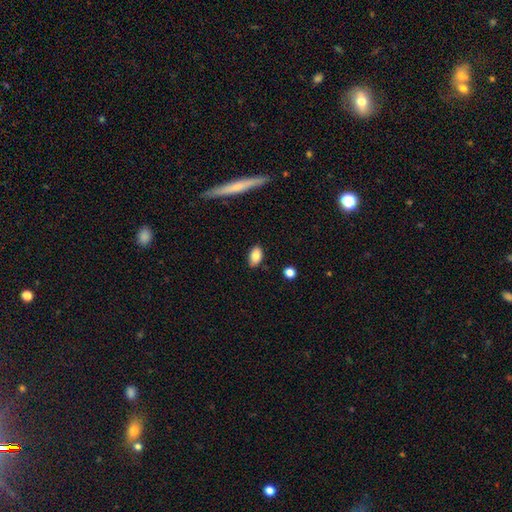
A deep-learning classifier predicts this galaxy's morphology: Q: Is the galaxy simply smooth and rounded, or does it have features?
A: smooth — 86%.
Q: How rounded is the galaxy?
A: in between — 90%.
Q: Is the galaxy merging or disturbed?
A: none — 82%.